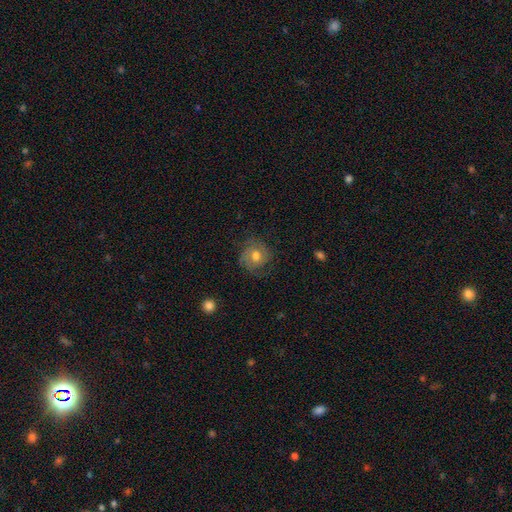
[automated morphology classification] smooth_or_featured: featured or disk (p=0.47) [alt: smooth p=0.44]
merging: none (p=0.66) [alt: minor disturbance p=0.20]